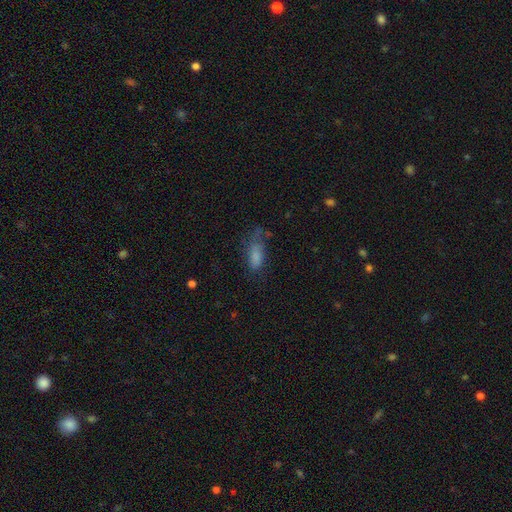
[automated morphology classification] Overall: smooth (71%). How rounded: in between (76%). Merging: none (37%; major disturbance 31%).